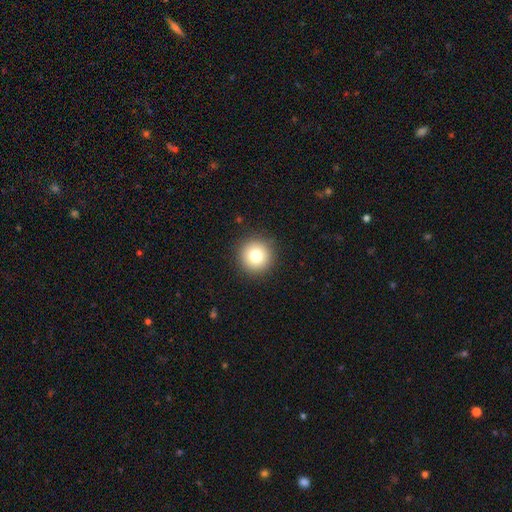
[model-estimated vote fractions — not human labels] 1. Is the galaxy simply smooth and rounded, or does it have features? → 79% smooth, 11% star or artifact, 10% featured or disk.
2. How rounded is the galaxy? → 95% round, 4% in between, 1% cigar-shaped.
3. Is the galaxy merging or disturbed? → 91% none, 6% minor disturbance, 2% major disturbance, 1% merger.